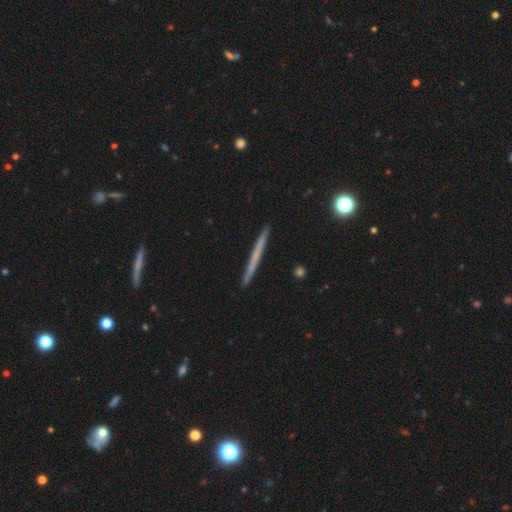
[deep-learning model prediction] A smooth galaxy with no disk features (49%). Merging: none (92%).